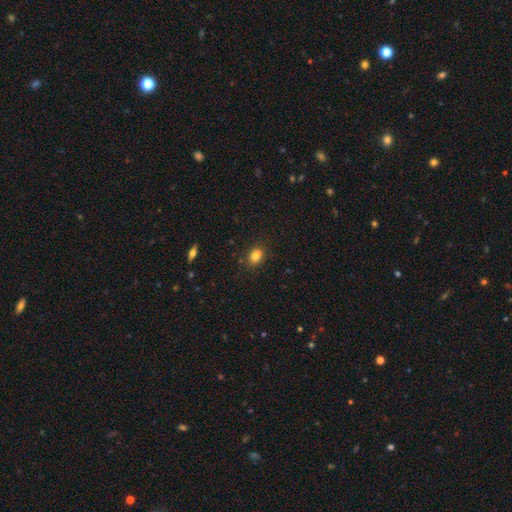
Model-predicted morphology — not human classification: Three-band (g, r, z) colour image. It shows a smooth galaxy with no disk features (81%) that is in between round and cigar-shaped (61%). Merging: none (77%).